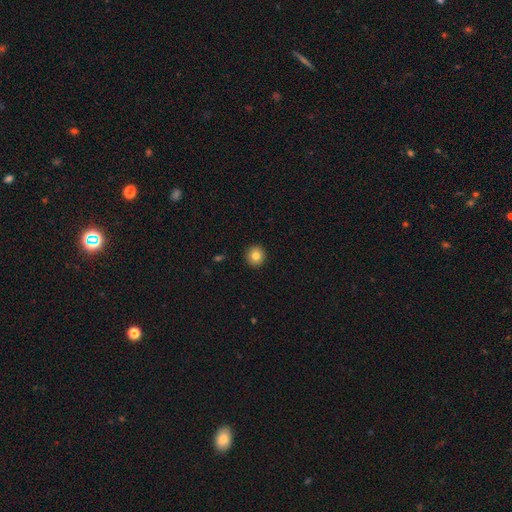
Smooth or featured: smooth — 76% (featured or disk — 13%)
How rounded: round — 97% (in between — 3%)
Merging: none — 97% (minor disturbance — 3%)